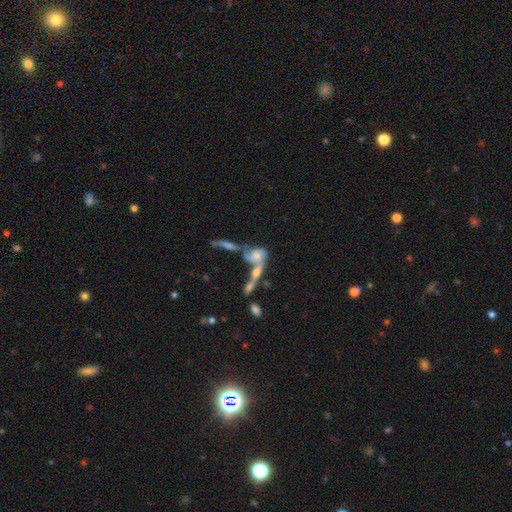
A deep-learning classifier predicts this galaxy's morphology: This is possibly a featured or disk galaxy (47%). Merging: likely merger (63%).